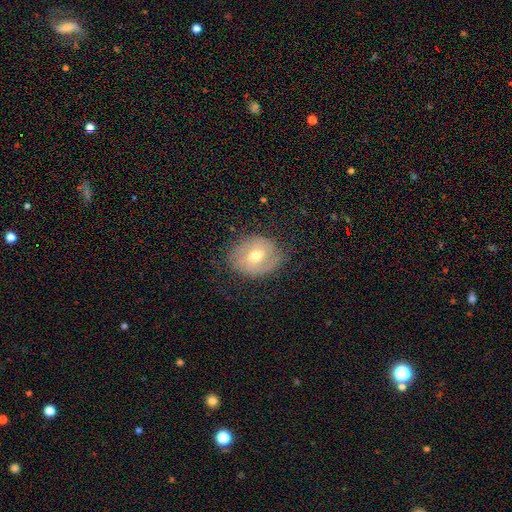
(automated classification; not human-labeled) Smooth or featured? Predicted: featured or disk (p=0.58). Edge-on disk? Predicted: no (p=0.95). Bar? Predicted: weak (p=0.46). Spiral arms? Predicted: yes (p=0.70). Bulge size? Predicted: moderate (p=0.73). Merging? Predicted: none (p=0.70).